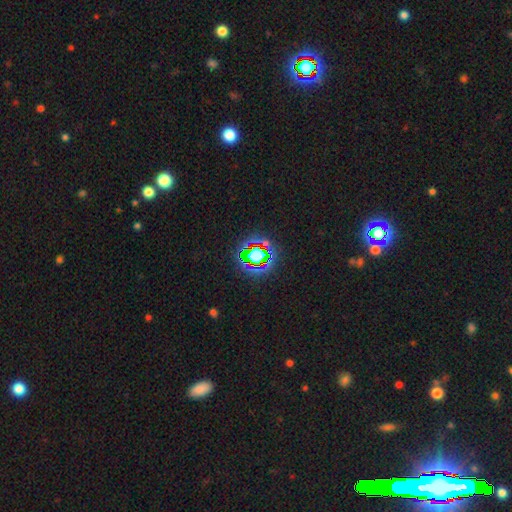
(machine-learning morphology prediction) The model was most divided on "smooth or featured": star or artifact: 63%, smooth: 23%, featured or disk: 14%.